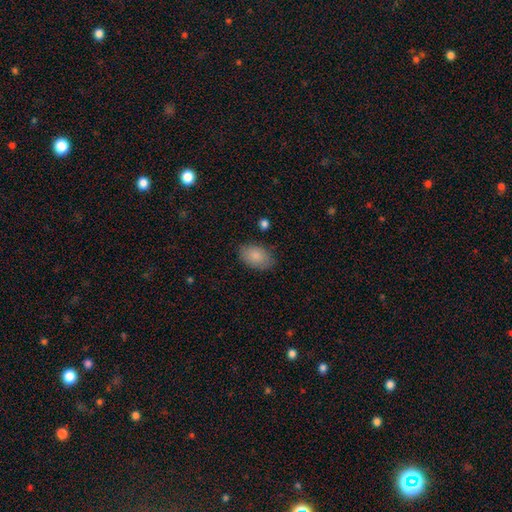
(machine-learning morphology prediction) smooth_or_featured: smooth (p=0.85) [alt: featured or disk p=0.09]
how_rounded: in between (p=0.89) [alt: round p=0.09]
merging: none (p=0.82) [alt: minor disturbance p=0.13]